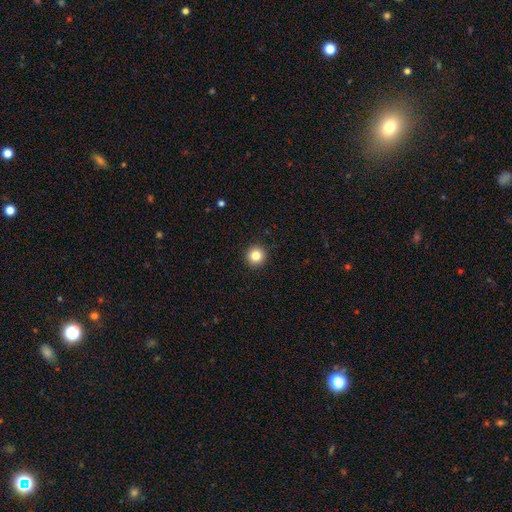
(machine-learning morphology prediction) smooth 84%, star or artifact 11%, featured or disk 6%. Down the decision tree: how rounded — round (95%); merging — none (93%).